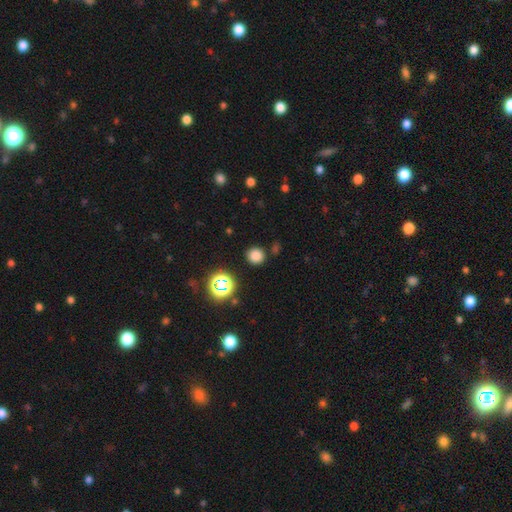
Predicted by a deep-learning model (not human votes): This is likely a smooth galaxy (78%). How rounded: clearly round (91%). Merging: clearly none (87%).